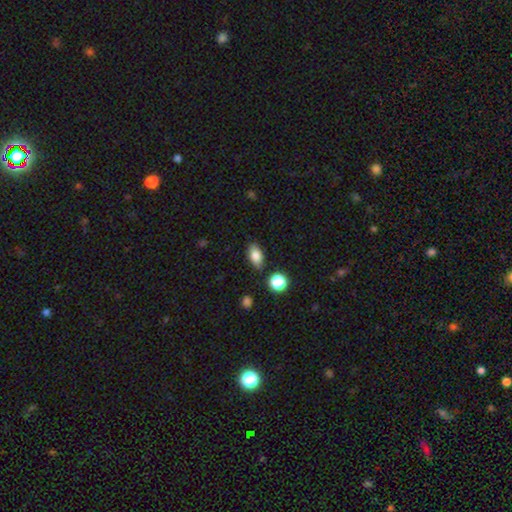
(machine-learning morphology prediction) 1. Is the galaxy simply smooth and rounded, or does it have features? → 83% smooth, 9% star or artifact, 8% featured or disk.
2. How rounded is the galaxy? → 88% in between, 9% round, 3% cigar-shaped.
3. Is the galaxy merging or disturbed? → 83% none, 11% minor disturbance, 3% merger, 3% major disturbance.